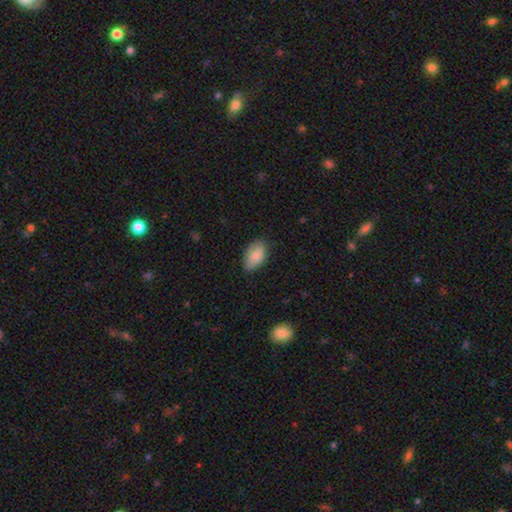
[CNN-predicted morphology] Overall: smooth (82%). How rounded: in between (92%). Merging: none (71%).